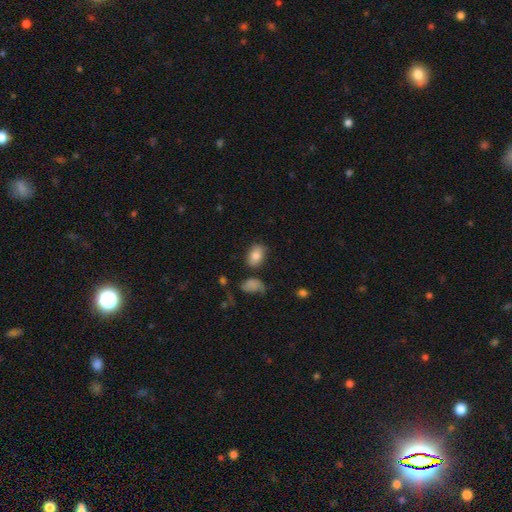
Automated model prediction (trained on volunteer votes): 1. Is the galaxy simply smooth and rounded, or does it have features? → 83% smooth, 9% featured or disk, 8% star or artifact.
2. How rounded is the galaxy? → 82% in between, 17% round, 1% cigar-shaped.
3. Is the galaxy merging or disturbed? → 76% none, 16% minor disturbance, 4% merger, 4% major disturbance.